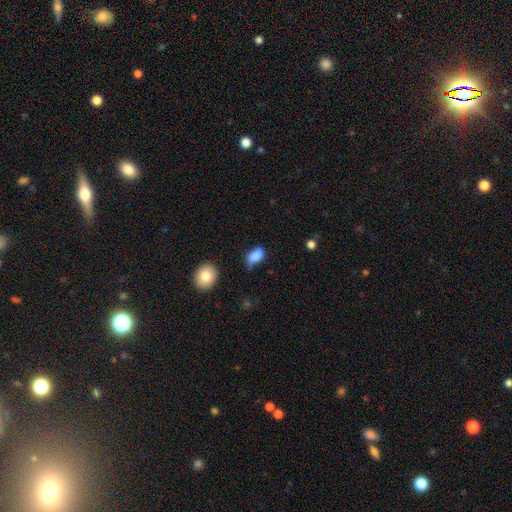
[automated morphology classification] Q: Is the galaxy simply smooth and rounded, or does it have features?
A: smooth — 85%.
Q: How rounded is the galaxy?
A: in between — 88%.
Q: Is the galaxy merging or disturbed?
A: none — 53%.